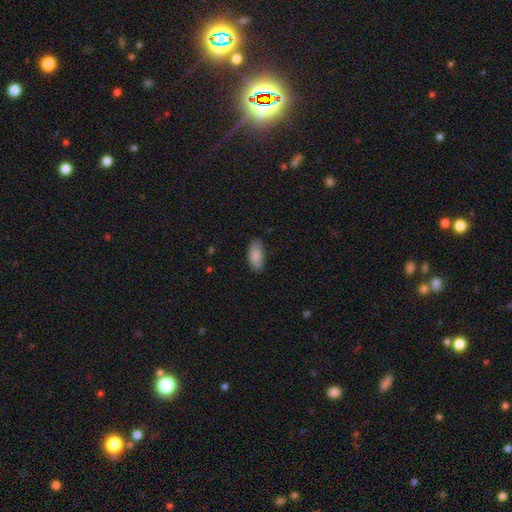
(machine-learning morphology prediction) Smooth or featured?
  - smooth: 87% *
  - featured or disk: 7%
  - star or artifact: 6%
How rounded?
  - in between: 88% *
  - cigar-shaped: 10%
  - round: 2%
Merging?
  - none: 82% *
  - minor disturbance: 15%
  - major disturbance: 3%
  - merger: 1%